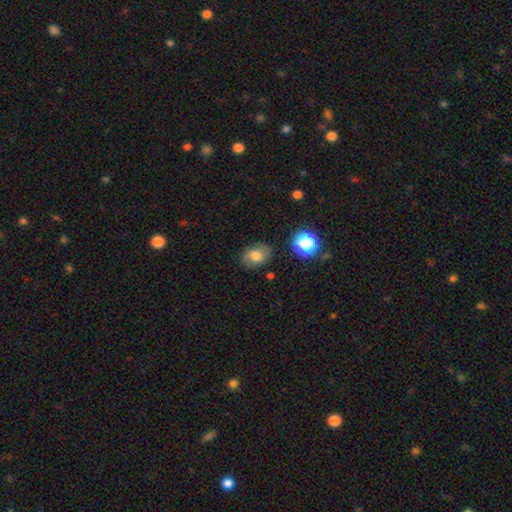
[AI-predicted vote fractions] A smooth galaxy with no disk features (61%) that is in between round and cigar-shaped (65%).

Vote fractions:
- Smooth or featured? smooth: 61% / featured or disk: 26% / star or artifact: 12%
- How rounded? in between: 65% / round: 34% / cigar-shaped: 1%
- Merging? none: 77% / minor disturbance: 16% / major disturbance: 5% / merger: 2%